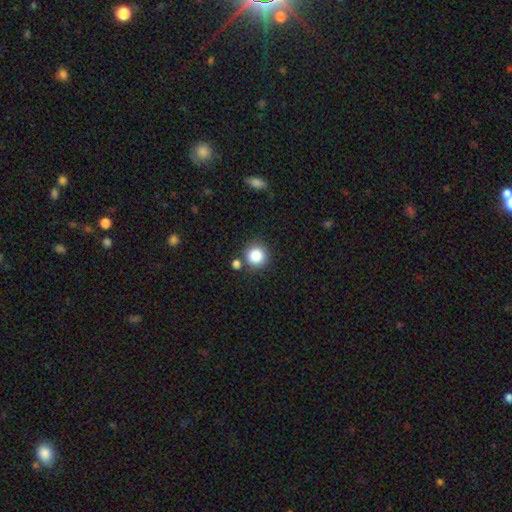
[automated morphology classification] Smooth or featured? smooth (86%)
How rounded? round (92%)
Merging? none (79%)